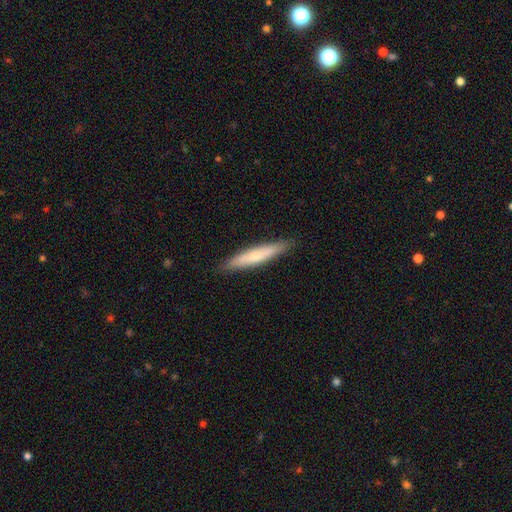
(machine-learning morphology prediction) smooth_or_featured: smooth (p=0.63) [alt: featured or disk p=0.32]
how_rounded: cigar-shaped (p=0.92) [alt: in between p=0.07]
merging: none (p=0.89) [alt: minor disturbance p=0.08]